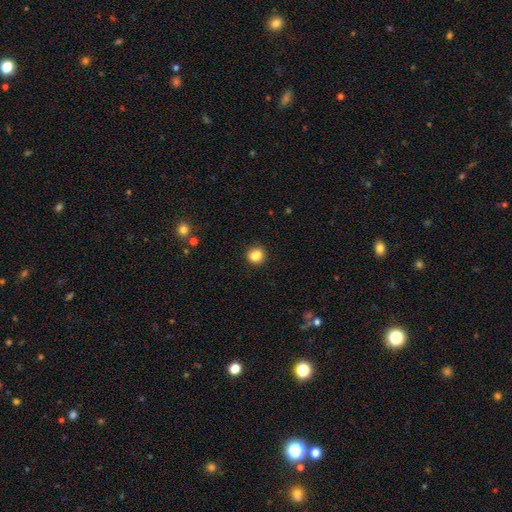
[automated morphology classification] smooth 84%, star or artifact 10%, featured or disk 5%. Down the decision tree: how rounded — round (71%); merging — none (77%).